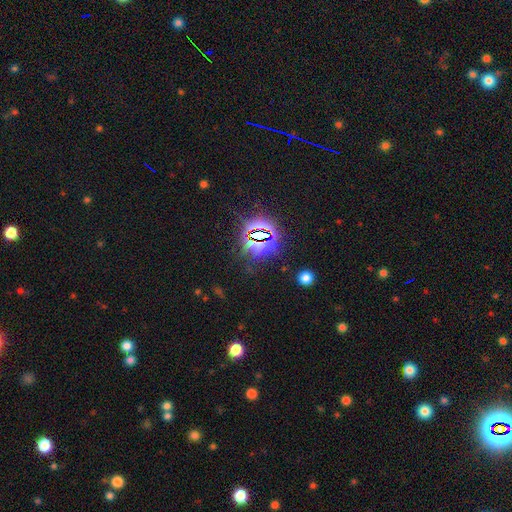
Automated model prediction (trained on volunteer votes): Q: Smooth or featured?
A: star or artifact (78%); runner-up: smooth (14%)